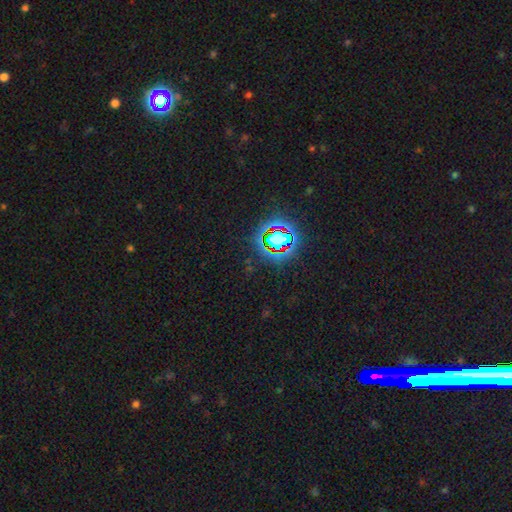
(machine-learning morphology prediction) This appears to be a star or artifact, not a galaxy (82%).